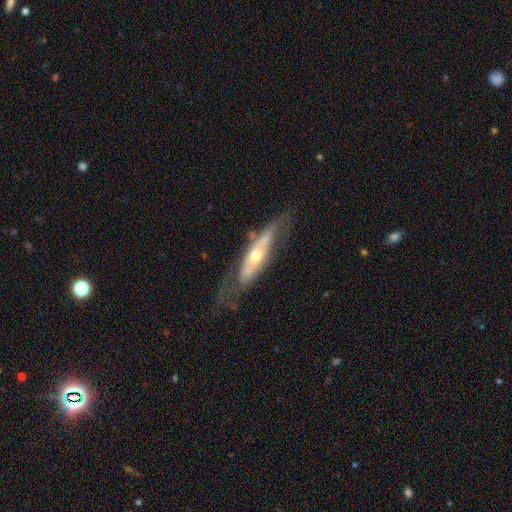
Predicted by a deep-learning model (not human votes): This appears to be a featured or disk galaxy (66%). Merging: none (58%).